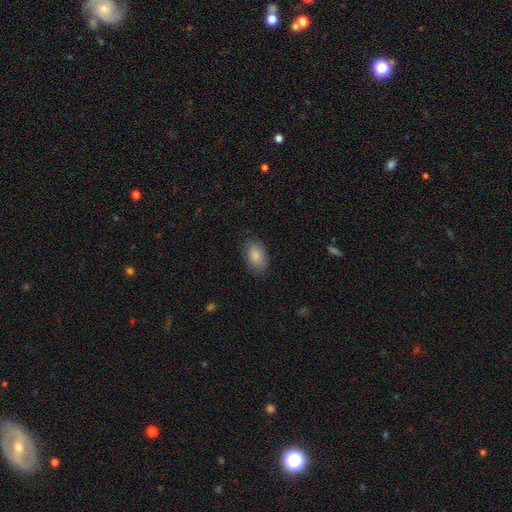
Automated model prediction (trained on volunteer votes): Q: Smooth or featured?
A: smooth (87%); runner-up: featured or disk (7%)
Q: How rounded?
A: in between (91%); runner-up: round (8%)
Q: Merging?
A: none (82%); runner-up: minor disturbance (14%)